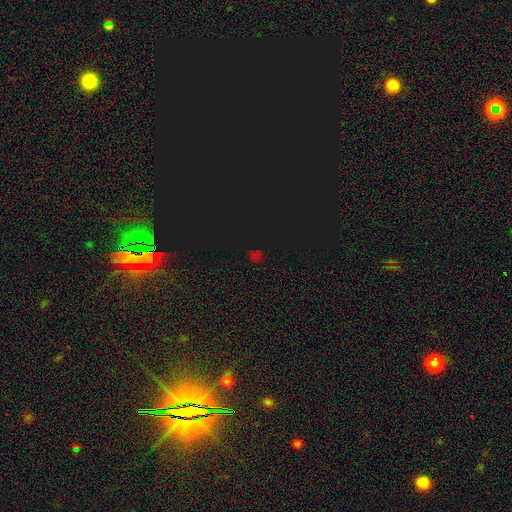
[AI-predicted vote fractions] This appears to be a star or artifact, not a galaxy (64%).